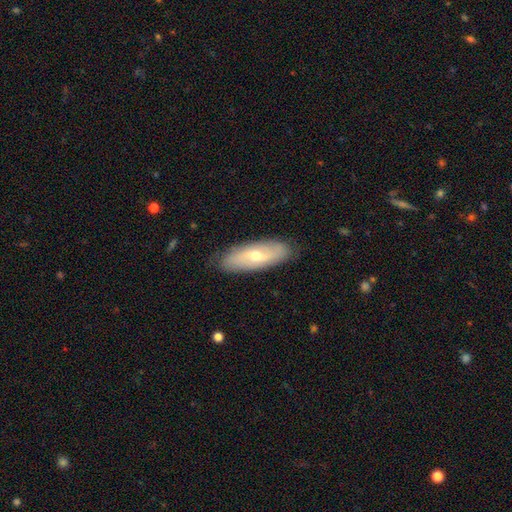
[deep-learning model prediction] A featured or disk galaxy (57%). Merging: none (86%).